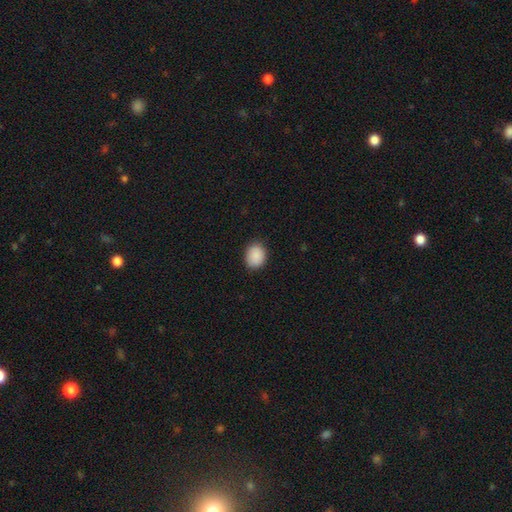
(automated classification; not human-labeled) Smooth or featured: smooth — 89% (star or artifact — 8%)
How rounded: in between — 50% (round — 49%)
Merging: none — 86% (minor disturbance — 11%)